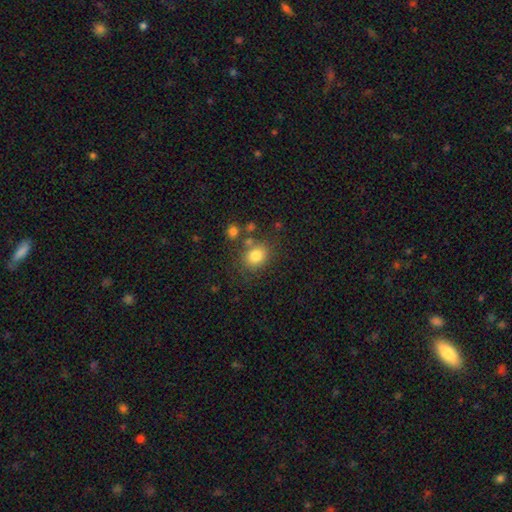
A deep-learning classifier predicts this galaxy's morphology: This is clearly a smooth galaxy (80%). How rounded: likely round (62%). Merging: likely none (71%).